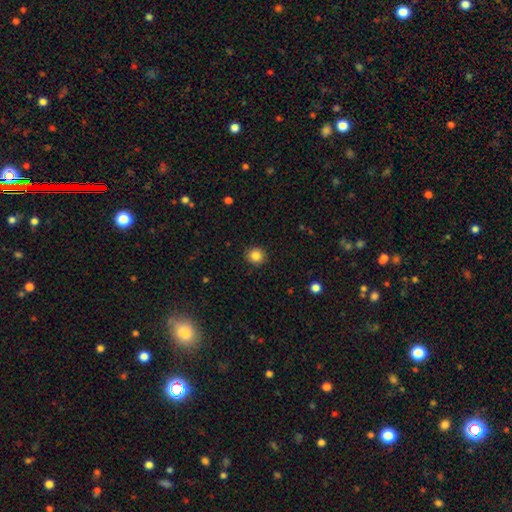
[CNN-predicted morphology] type=smooth (85%); roundness=round (92%); merging=none (91%).